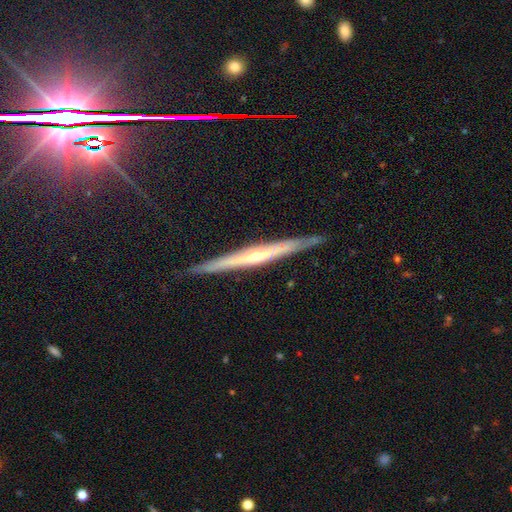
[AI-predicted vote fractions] This is likely a featured or disk galaxy (77%). It is clearly viewed edge-on (96%). Edge-on bulge: likely rounded (68%). Merging: clearly none (89%).